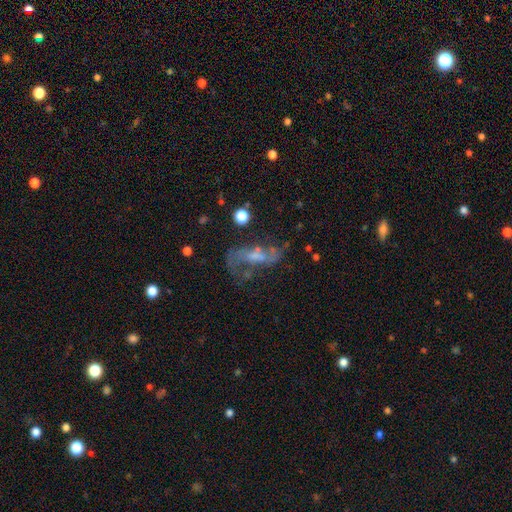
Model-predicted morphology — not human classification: Overall: featured or disk (65%). Edge-on disk: no (91%). Bar: no (49%; weak 37%). Spiral arms: yes (70%; no 30%). Bulge size: small (37%; none 31%). Merging: none (43%; major disturbance 30%).